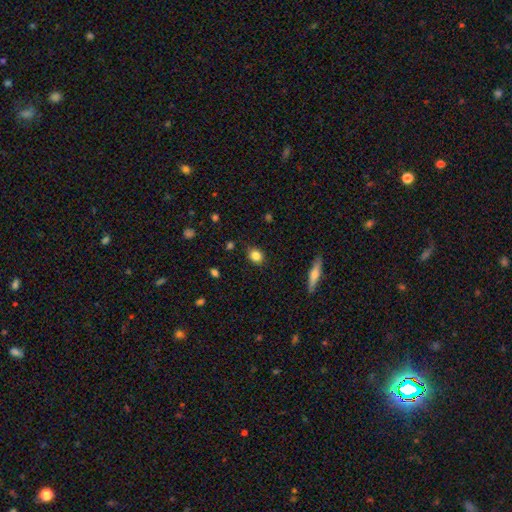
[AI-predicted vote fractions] Smooth or featured?
  - smooth: 84% *
  - star or artifact: 10%
  - featured or disk: 7%
How rounded?
  - round: 57% *
  - in between: 41%
  - cigar-shaped: 2%
Merging?
  - none: 84% *
  - minor disturbance: 12%
  - major disturbance: 2%
  - merger: 1%